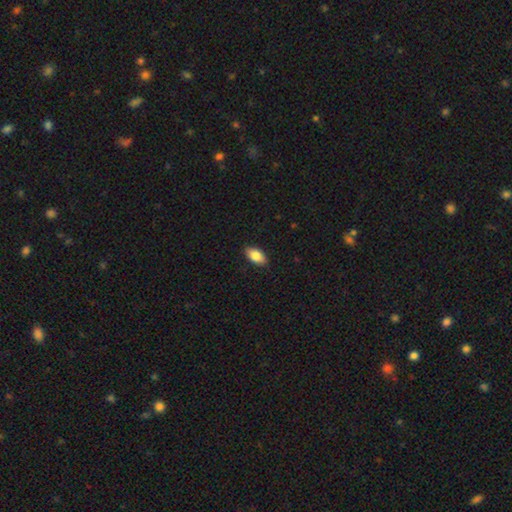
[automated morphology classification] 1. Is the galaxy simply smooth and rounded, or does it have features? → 85% smooth, 8% featured or disk, 7% star or artifact.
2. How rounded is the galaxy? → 92% in between, 4% cigar-shaped, 3% round.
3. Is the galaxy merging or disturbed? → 88% none, 9% minor disturbance, 2% major disturbance, 1% merger.